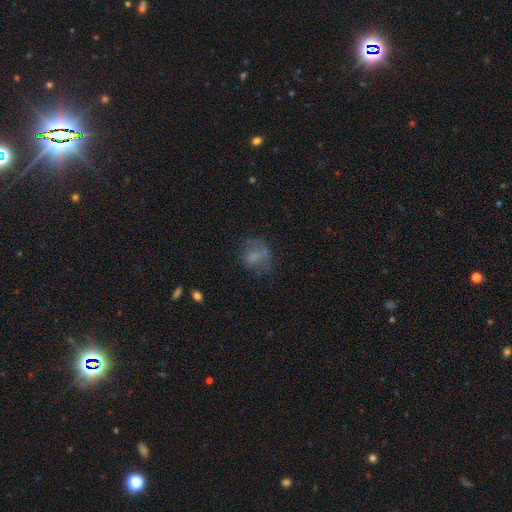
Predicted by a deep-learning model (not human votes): The model was most divided on "how rounded": round: 56%, in between: 43%, cigar-shaped: 1%. Remaining: smooth or featured — smooth (57%); merging — none (47%).